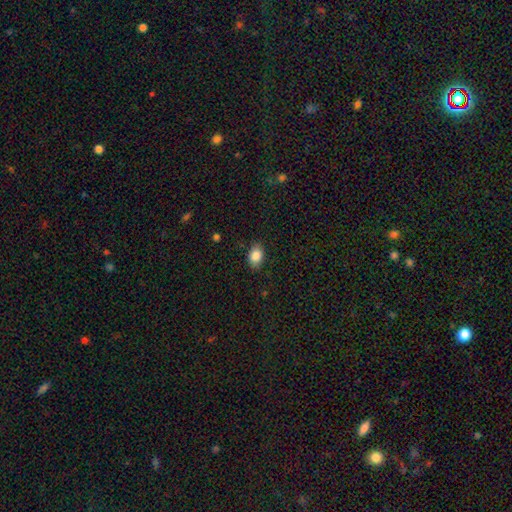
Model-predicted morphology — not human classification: A smooth galaxy with no disk features (87%) that is in between round and cigar-shaped (81%).

Vote fractions:
- Smooth or featured? smooth: 87% / star or artifact: 8% / featured or disk: 5%
- How rounded? in between: 81% / round: 17% / cigar-shaped: 1%
- Merging? none: 84% / minor disturbance: 12% / major disturbance: 3% / merger: 1%